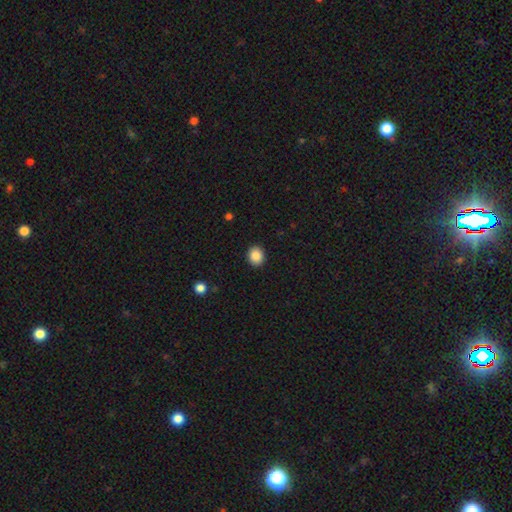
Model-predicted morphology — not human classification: Q: Smooth or featured?
A: smooth (87%); runner-up: star or artifact (9%)
Q: How rounded?
A: round (72%); runner-up: in between (27%)
Q: Merging?
A: none (91%); runner-up: minor disturbance (6%)